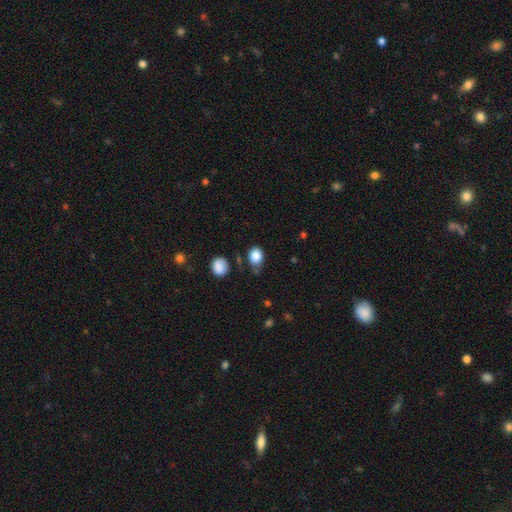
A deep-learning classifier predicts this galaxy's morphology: smooth_or_featured: smooth (p=0.86) [alt: star or artifact p=0.10]
how_rounded: in between (p=0.53) [alt: round p=0.46]
merging: none (p=0.66) [alt: minor disturbance p=0.23]